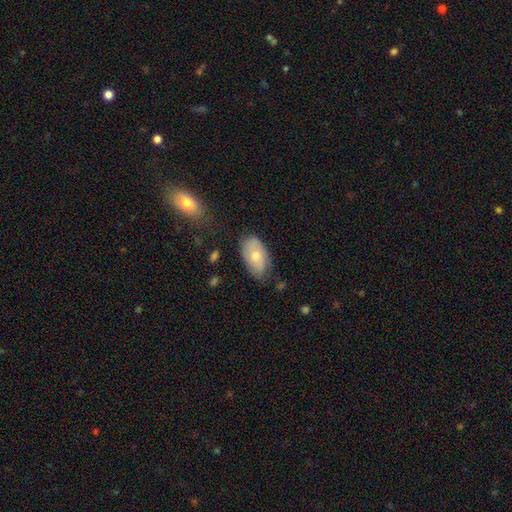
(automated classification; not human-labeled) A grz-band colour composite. It shows a smooth galaxy with no disk features (69%) that is in between round and cigar-shaped (93%). Merging: none (70%).